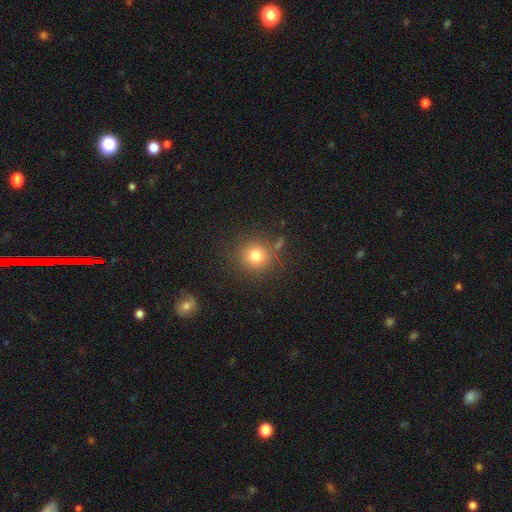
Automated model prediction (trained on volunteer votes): Overall: smooth (78%). How rounded: round (91%). Merging: none (80%).